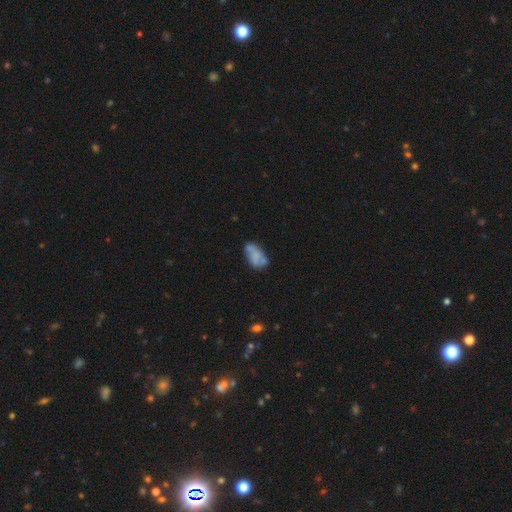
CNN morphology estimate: Smooth or featured?
  - smooth: 51% *
  - featured or disk: 40%
  - star or artifact: 9%
How rounded?
  - in between: 91% *
  - round: 6%
  - cigar-shaped: 3%
Merging?
  - none: 45% *
  - minor disturbance: 26%
  - merger: 16%
  - major disturbance: 12%